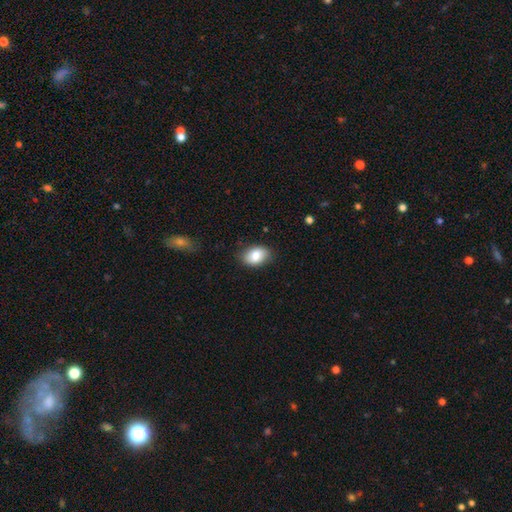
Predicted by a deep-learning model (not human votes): smooth 83%, featured or disk 10%, star or artifact 7%. Down the decision tree: how rounded — in between (85%); merging — none (82%).